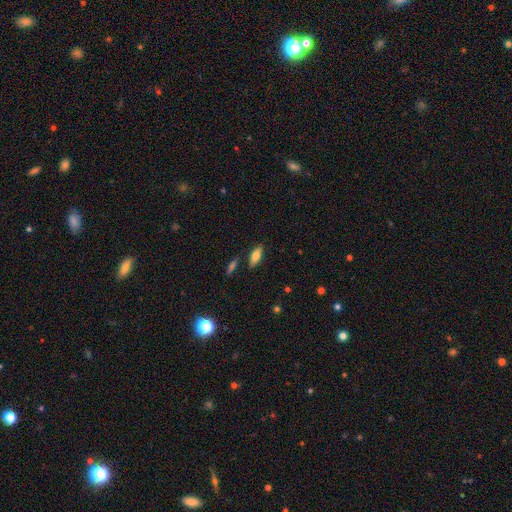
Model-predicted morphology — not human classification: smooth 71%, featured or disk 21%, star or artifact 8%. Down the decision tree: how rounded — in between (76%); merging — none (83%).